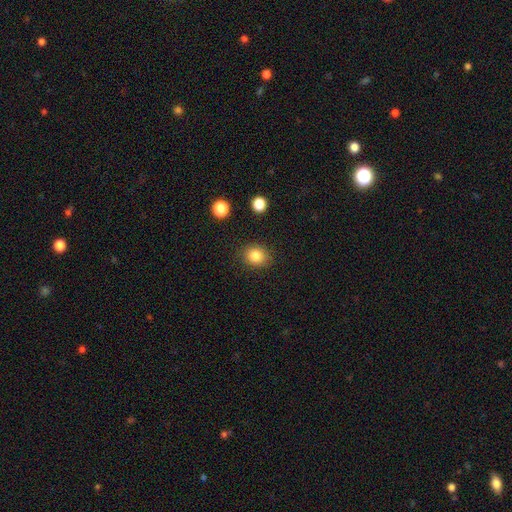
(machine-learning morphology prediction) Smooth or featured? Predicted: smooth (p=0.83). How rounded? Predicted: round (p=0.66). Merging? Predicted: none (p=0.87).